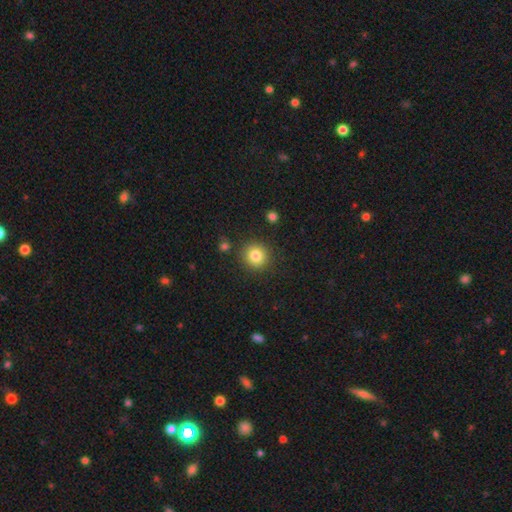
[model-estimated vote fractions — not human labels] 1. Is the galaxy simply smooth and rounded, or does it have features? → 83% smooth, 11% star or artifact, 6% featured or disk.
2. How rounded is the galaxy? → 91% round, 8% in between, 1% cigar-shaped.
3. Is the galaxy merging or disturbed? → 88% none, 7% minor disturbance, 3% merger, 3% major disturbance.